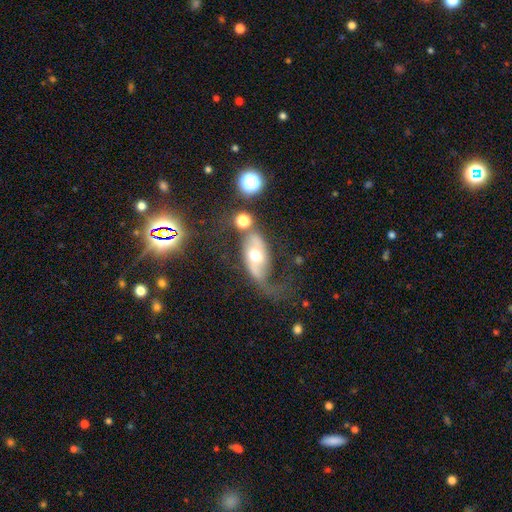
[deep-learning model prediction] This appears to be a featured or disk galaxy (60%) with no bar (58%), spiral arms (68%) and a moderate central bulge (68%). Merging: none (35%).